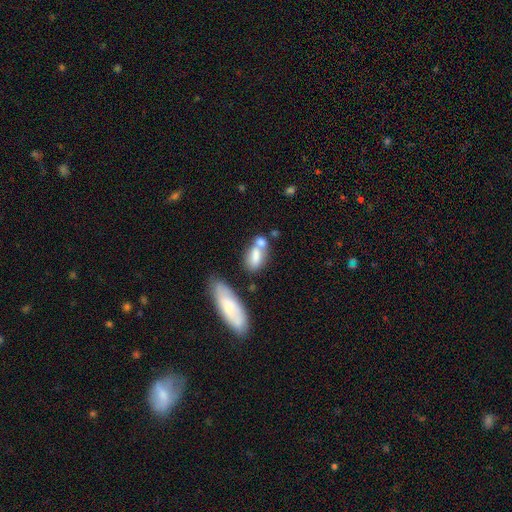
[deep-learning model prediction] A smooth galaxy with no disk features (74%) that is in between round and cigar-shaped (81%). Merging: merger (44%).